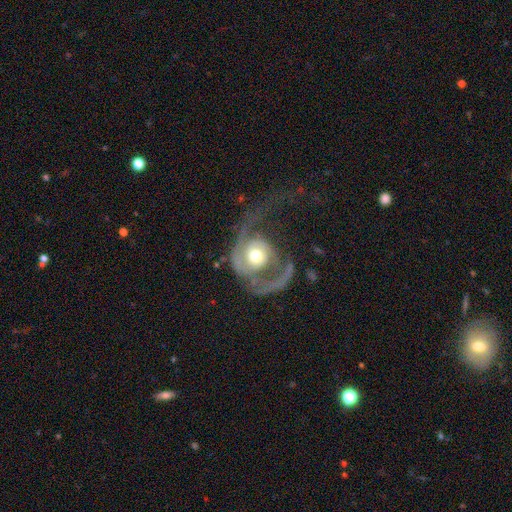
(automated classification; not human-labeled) Smooth or featured? Predicted: featured or disk (p=0.73). Edge-on disk? Predicted: no (p=0.97). Bar? Predicted: no (p=0.77). Spiral arms? Predicted: yes (p=0.79). Spiral winding? Predicted: loose (p=0.51). Spiral arm count? Predicted: 2 (p=0.50). Bulge size? Predicted: moderate (p=0.67). Merging? Predicted: major disturbance (p=0.60).